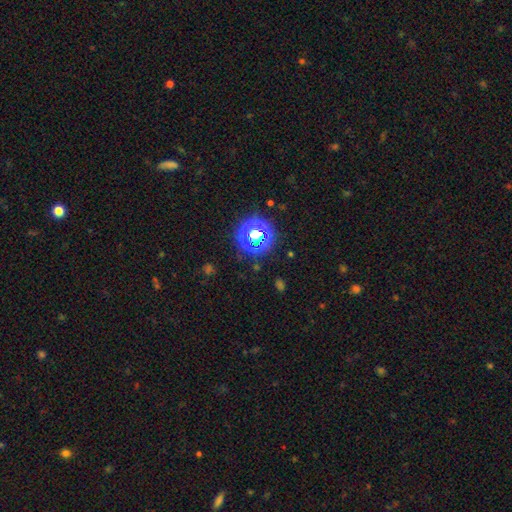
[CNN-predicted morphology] A star or artifact, not a galaxy (74%).